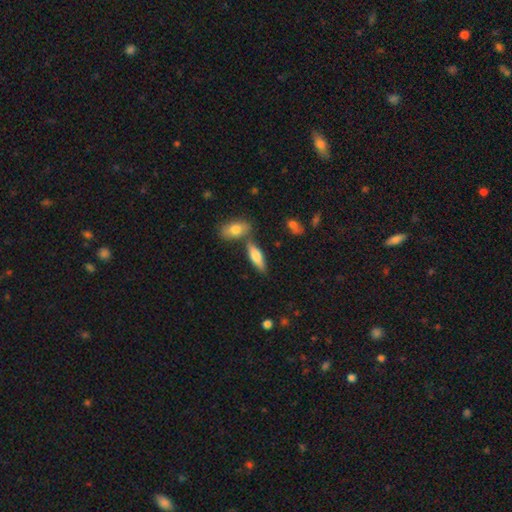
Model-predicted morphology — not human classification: Smooth or featured? smooth (69%)
How rounded? in between (54%)
Merging? none (65%)